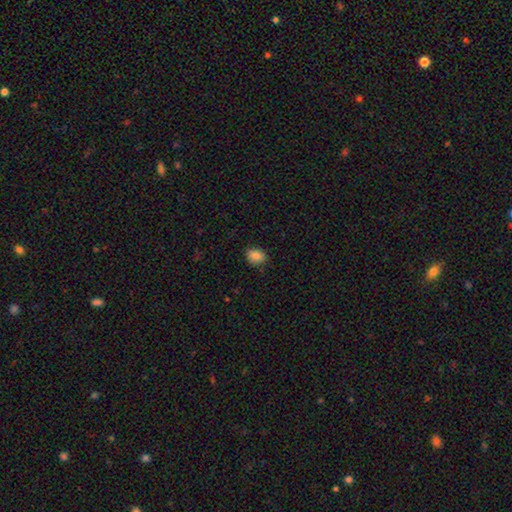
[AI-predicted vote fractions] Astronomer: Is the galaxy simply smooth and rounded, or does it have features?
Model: smooth — 85%.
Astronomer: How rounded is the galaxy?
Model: in between — 57% (runner-up: round, 42%).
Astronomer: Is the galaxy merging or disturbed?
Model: none — 82%.